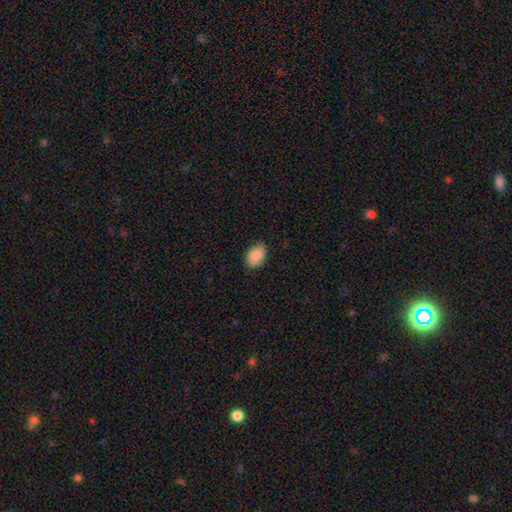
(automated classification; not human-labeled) smooth_or_featured: smooth (p=0.89) [alt: star or artifact p=0.07]
how_rounded: in between (p=0.86) [alt: round p=0.13]
merging: none (p=0.79) [alt: minor disturbance p=0.17]